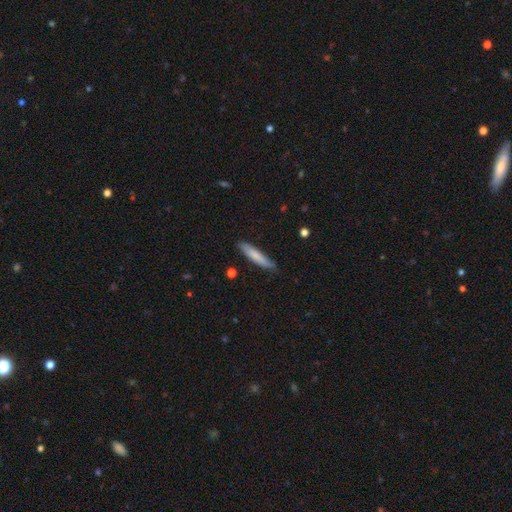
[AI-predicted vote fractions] smooth 77%, featured or disk 17%, star or artifact 5%. Down the decision tree: how rounded — cigar-shaped (88%); merging — none (82%).